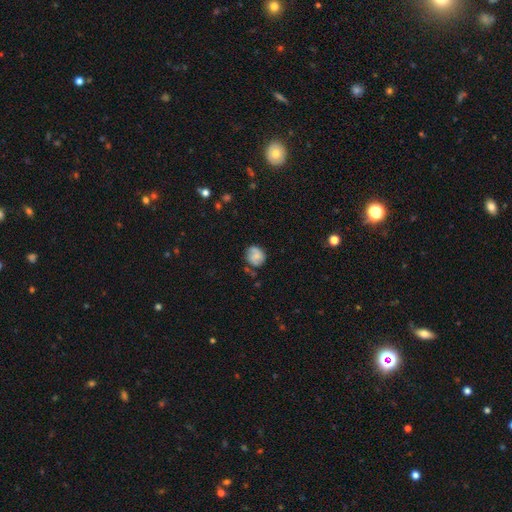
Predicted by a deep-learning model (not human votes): A smooth galaxy with no disk features (58%) that is round (71%).

Vote fractions:
- Smooth or featured? smooth: 58% / featured or disk: 33% / star or artifact: 10%
- How rounded? round: 71% / in between: 28% / cigar-shaped: 1%
- Merging? none: 59% / minor disturbance: 27% / major disturbance: 9% / merger: 5%